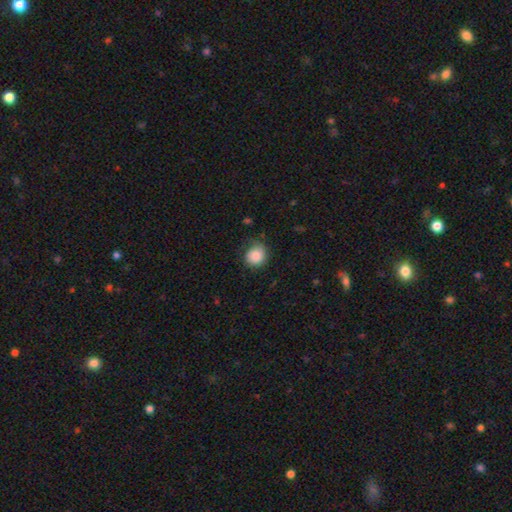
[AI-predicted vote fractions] Smooth or featured?
  - smooth: 85% *
  - star or artifact: 7%
  - featured or disk: 7%
How rounded?
  - round: 79% *
  - in between: 20%
  - cigar-shaped: 1%
Merging?
  - none: 63% *
  - minor disturbance: 26%
  - major disturbance: 9%
  - merger: 1%